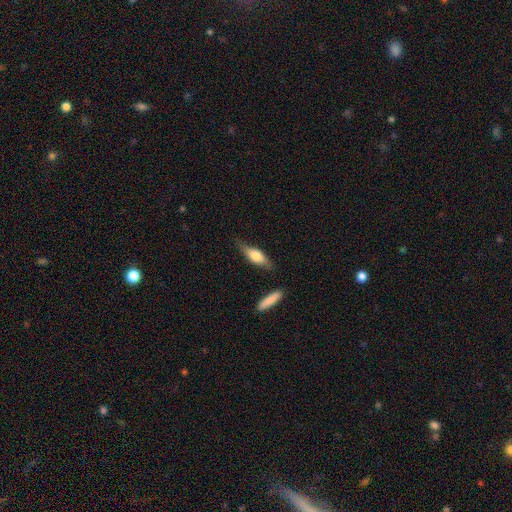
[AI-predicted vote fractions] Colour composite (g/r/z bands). It shows a smooth galaxy with no disk features (61%) that is in between round and cigar-shaped (50%). Merging: none (66%).